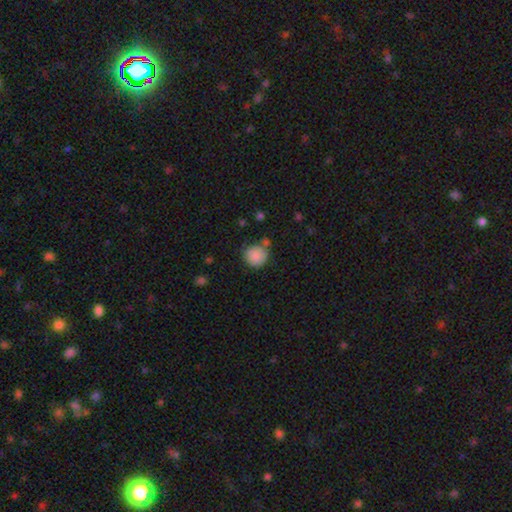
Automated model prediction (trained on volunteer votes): Smooth or featured? Predicted: smooth (p=0.88). How rounded? Predicted: round (p=0.90). Merging? Predicted: none (p=0.71).